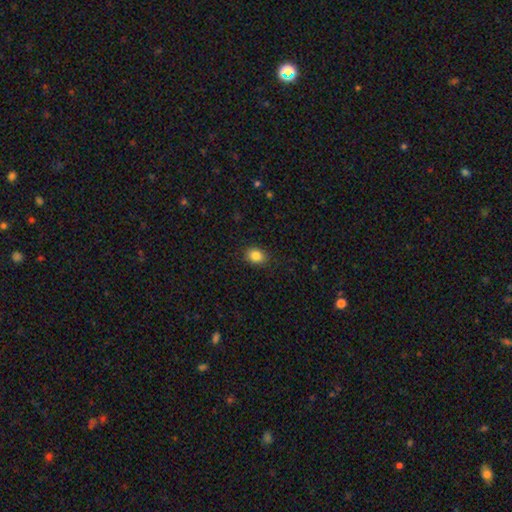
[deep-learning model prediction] Smooth or featured?
  - smooth: 85% *
  - star or artifact: 10%
  - featured or disk: 5%
How rounded?
  - in between: 54% *
  - round: 45%
  - cigar-shaped: 1%
Merging?
  - none: 87% *
  - minor disturbance: 9%
  - major disturbance: 2%
  - merger: 1%